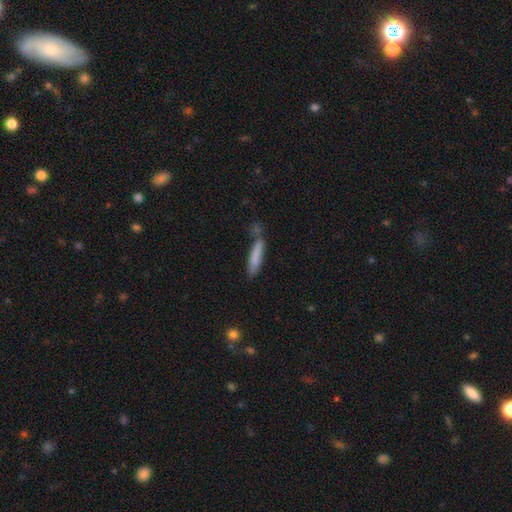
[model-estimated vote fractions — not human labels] smooth 79%, featured or disk 15%, star or artifact 7%. Down the decision tree: how rounded — cigar-shaped (88%); merging — none (62%).